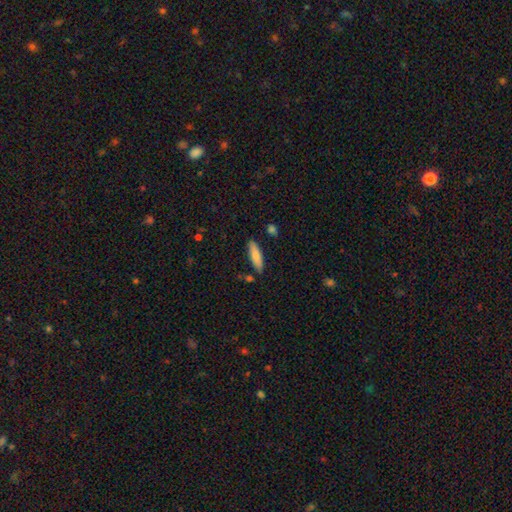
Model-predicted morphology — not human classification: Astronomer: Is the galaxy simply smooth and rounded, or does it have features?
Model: smooth — 80%.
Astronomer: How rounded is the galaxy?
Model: cigar-shaped — 61% (runner-up: in between, 37%).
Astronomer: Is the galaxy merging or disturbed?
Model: none — 84%.